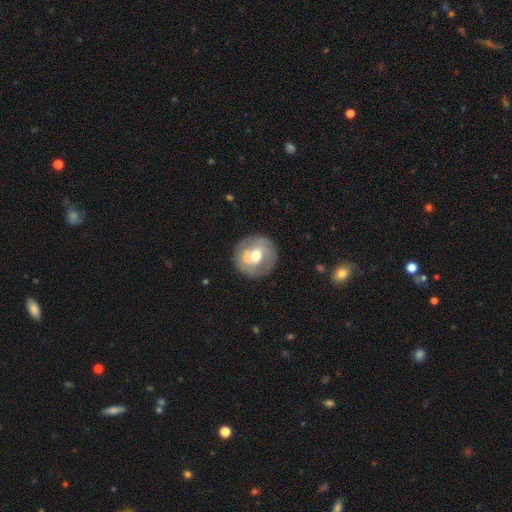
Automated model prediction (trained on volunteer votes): Q: Smooth or featured?
A: smooth (47%); runner-up: featured or disk (46%)
Q: Merging?
A: none (71%); runner-up: minor disturbance (15%)